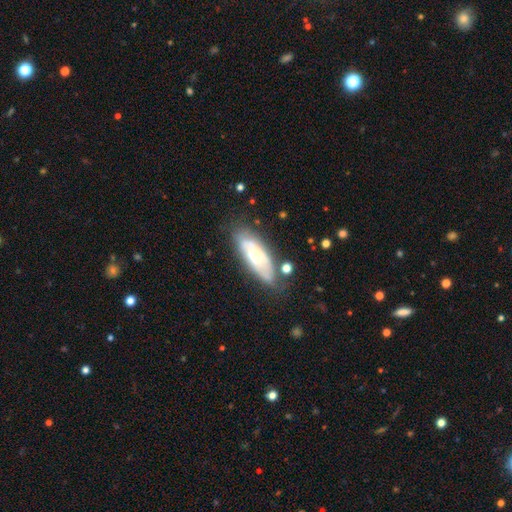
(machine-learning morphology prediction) A smooth galaxy with no disk features (51%) that is in between round and cigar-shaped (66%). Merging: none (65%).